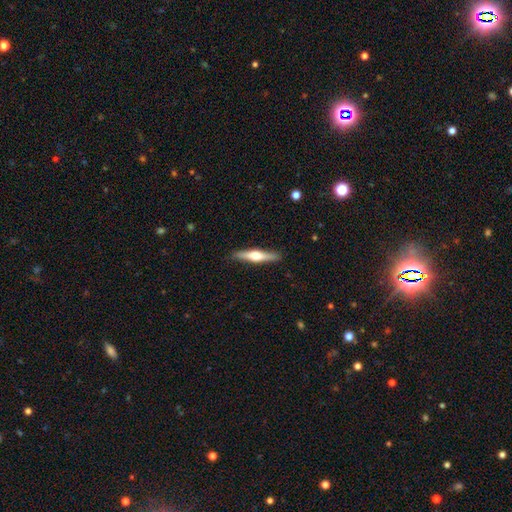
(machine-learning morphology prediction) A featured or disk galaxy (59%) viewed edge-on (97%) with a rounded central bulge (91%). Merging: none (89%).